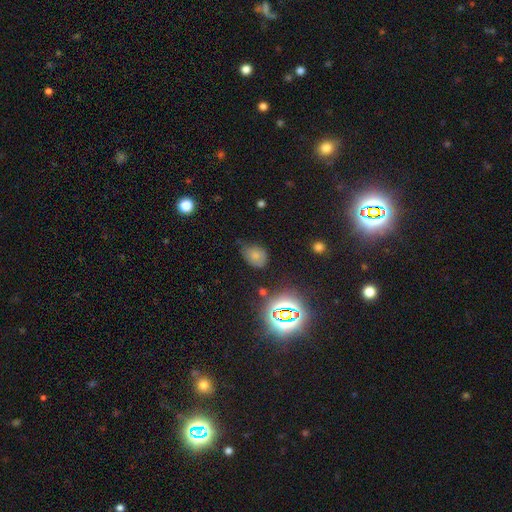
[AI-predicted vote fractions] A smooth galaxy with no disk features (67%) that is in between round and cigar-shaped (70%). Merging: none (55%).